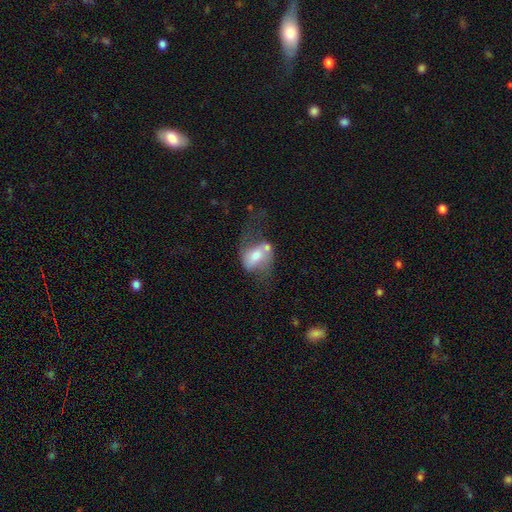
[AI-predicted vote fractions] Q: Smooth or featured?
A: featured or disk (60%); runner-up: smooth (32%)
Q: Edge-on disk?
A: no (95%); runner-up: yes (5%)
Q: Bar?
A: no (38%); tied with: weak (38%)
Q: Spiral arms?
A: yes (76%); runner-up: no (24%)
Q: Bulge size?
A: moderate (60%); runner-up: small (21%)
Q: Merging?
A: none (34%); runner-up: major disturbance (26%)